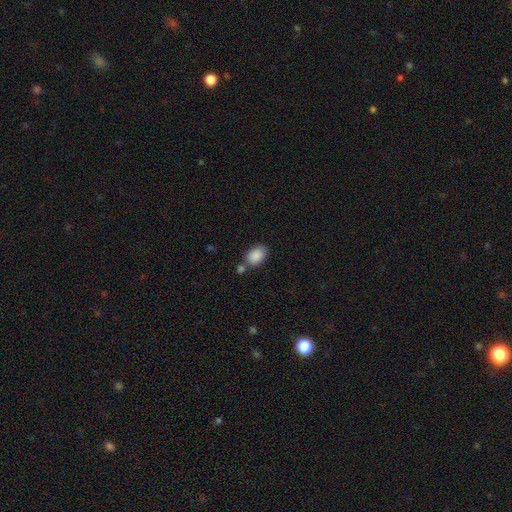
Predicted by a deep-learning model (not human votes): A smooth galaxy with no disk features (88%) that is in between round and cigar-shaped (84%). Merging: none (62%).